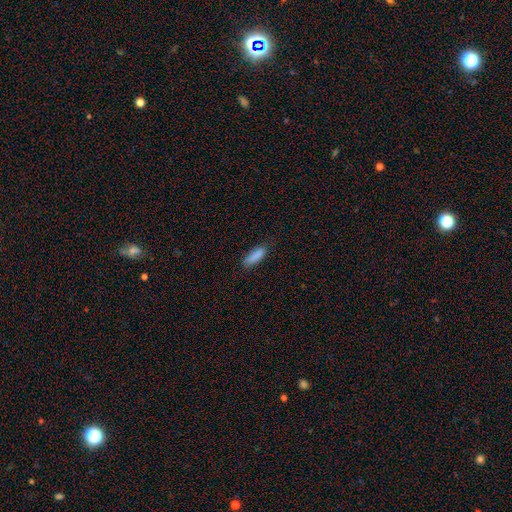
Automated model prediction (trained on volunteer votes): A smooth galaxy with no disk features (87%) that is in between round and cigar-shaped (55%).

Vote fractions:
- Smooth or featured? smooth: 87% / star or artifact: 7% / featured or disk: 6%
- How rounded? in between: 55% / cigar-shaped: 43% / round: 2%
- Merging? none: 78% / minor disturbance: 17% / major disturbance: 3% / merger: 1%